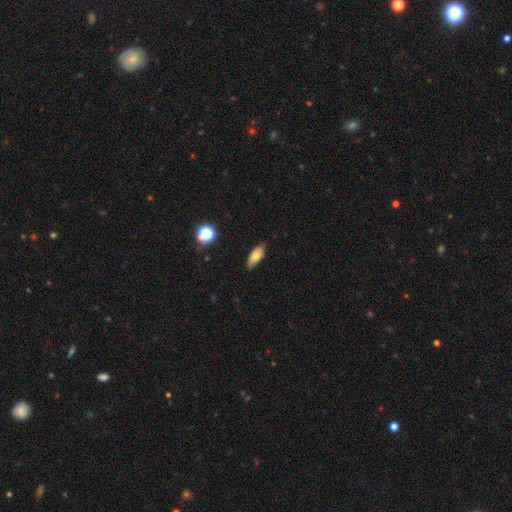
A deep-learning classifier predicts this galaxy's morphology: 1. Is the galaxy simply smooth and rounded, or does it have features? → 72% smooth, 20% featured or disk, 9% star or artifact.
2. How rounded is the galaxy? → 80% in between, 16% cigar-shaped, 3% round.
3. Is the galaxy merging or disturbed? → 84% none, 13% minor disturbance, 2% major disturbance, 1% merger.